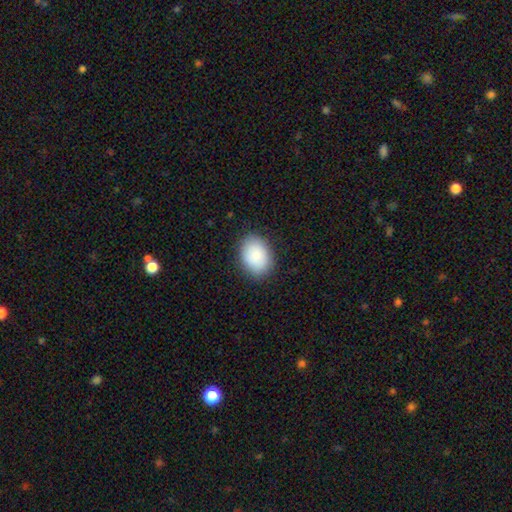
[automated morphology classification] This is clearly a smooth galaxy (88%). How rounded: likely in between (76%). Merging: clearly none (85%).